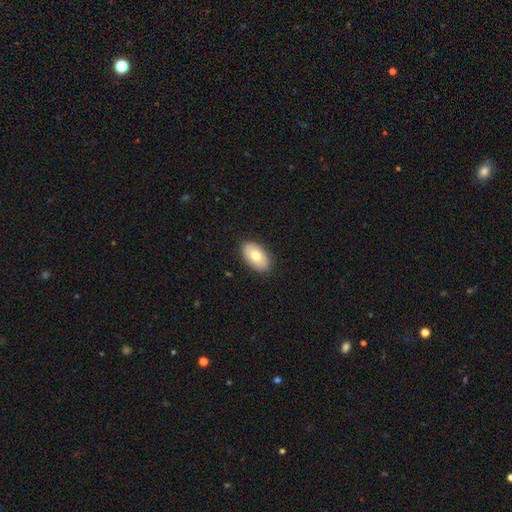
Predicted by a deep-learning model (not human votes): Smooth or featured? smooth (69%)
How rounded? in between (93%)
Merging? none (86%)